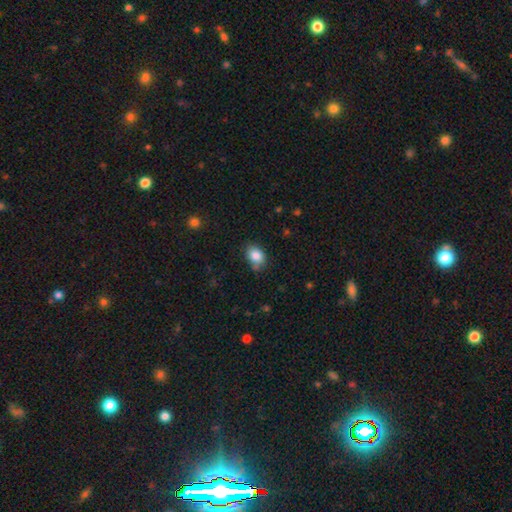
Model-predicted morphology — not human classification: Q: Smooth or featured?
A: smooth (85%); runner-up: star or artifact (9%)
Q: How rounded?
A: in between (71%); runner-up: round (28%)
Q: Merging?
A: none (73%); runner-up: minor disturbance (19%)